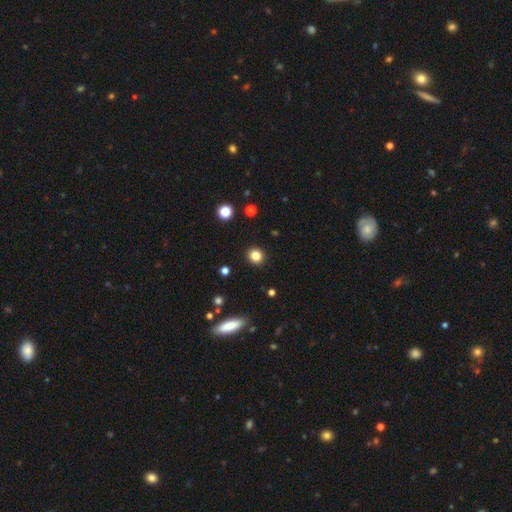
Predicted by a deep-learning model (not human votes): A smooth galaxy with no disk features (84%) that is round (89%).

Vote fractions:
- Smooth or featured? smooth: 84% / star or artifact: 12% / featured or disk: 5%
- How rounded? round: 89% / in between: 10% / cigar-shaped: 1%
- Merging? none: 92% / minor disturbance: 5% / major disturbance: 2% / merger: 1%